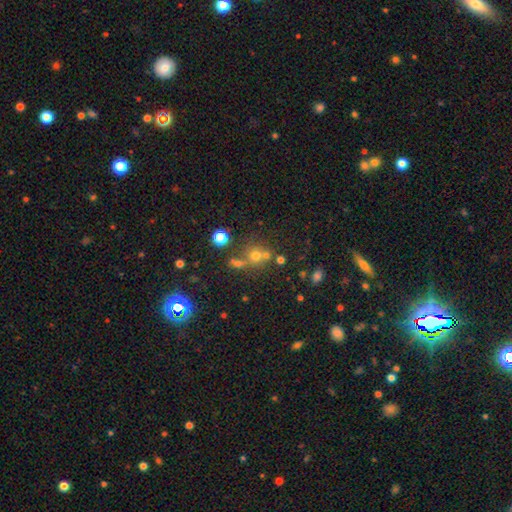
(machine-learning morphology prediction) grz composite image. It shows a smooth galaxy with no disk features (59%) that is round (85%). Merging: none (56%).